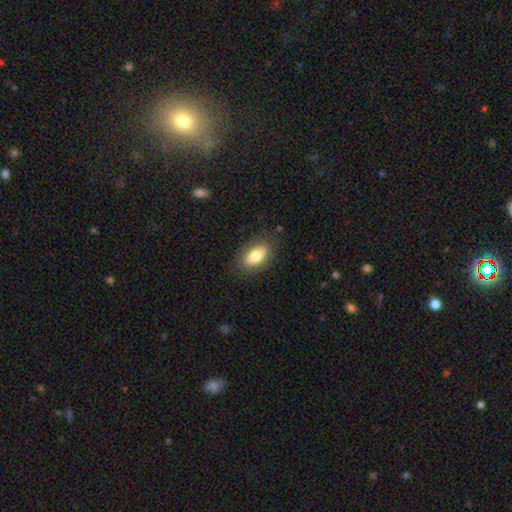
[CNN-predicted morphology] A smooth galaxy with no disk features (75%) that is in between round and cigar-shaped (90%).

Vote fractions:
- Smooth or featured? smooth: 75% / featured or disk: 18% / star or artifact: 7%
- How rounded? in between: 90% / round: 6% / cigar-shaped: 5%
- Merging? none: 83% / minor disturbance: 12% / major disturbance: 4% / merger: 1%